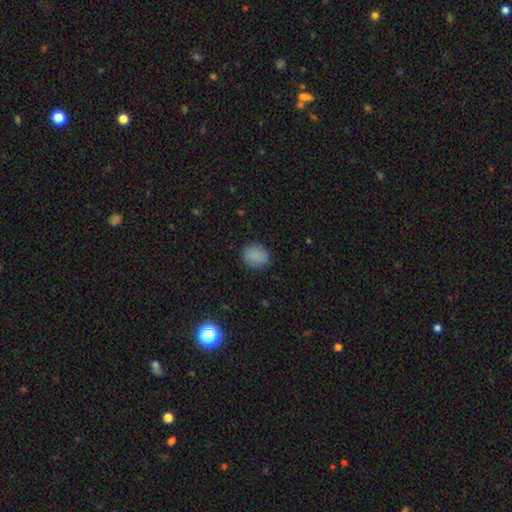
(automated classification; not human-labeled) The model was most divided on "how rounded": round: 65%, in between: 34%, cigar-shaped: 1%. More confident: smooth or featured — smooth (85%); merging — none (84%).